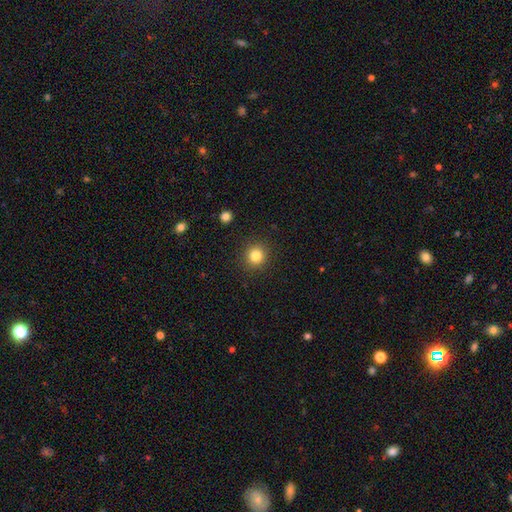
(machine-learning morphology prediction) This is clearly a smooth galaxy (82%). How rounded: clearly round (92%). Merging: clearly none (91%).